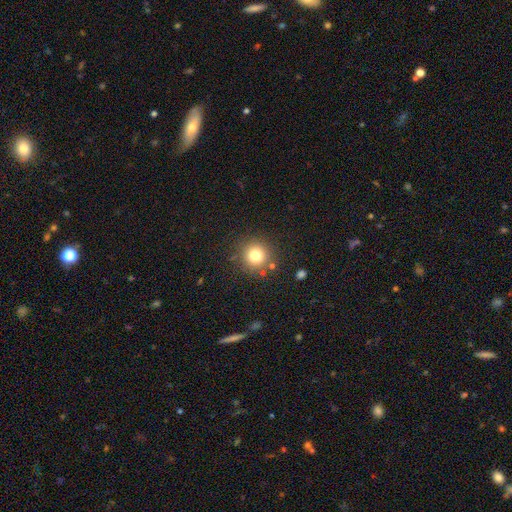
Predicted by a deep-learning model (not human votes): Smooth or featured? Predicted: smooth (p=0.78). How rounded? Predicted: round (p=0.94). Merging? Predicted: none (p=0.85).